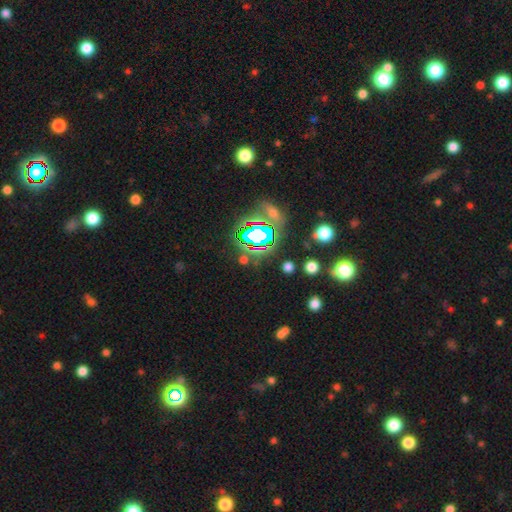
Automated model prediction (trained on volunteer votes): smooth-or-featured: star or artifact: 79% | smooth: 12% | featured or disk: 8%